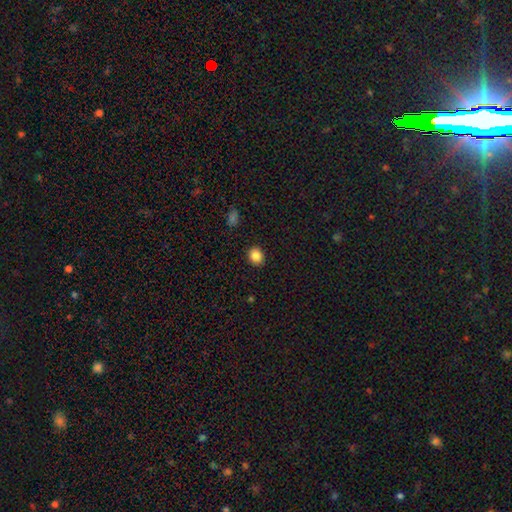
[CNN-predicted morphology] smooth 86%, star or artifact 10%, featured or disk 4%. Down the decision tree: how rounded — round (68%); merging — none (90%).